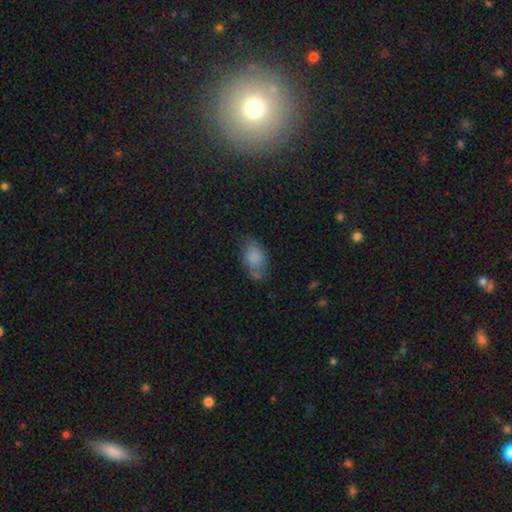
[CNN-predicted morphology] A smooth galaxy with no disk features (75%) that is in between round and cigar-shaped (86%). Merging: none (60%).